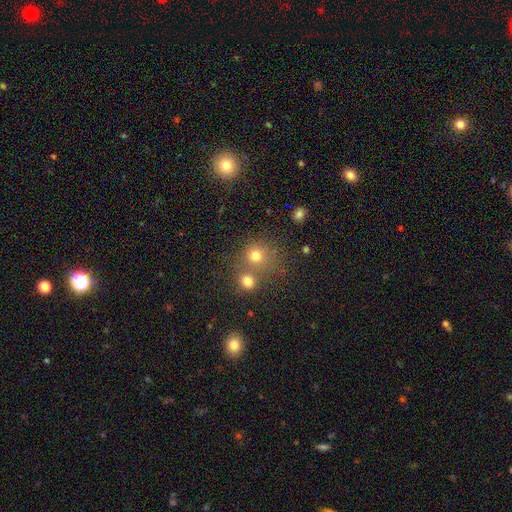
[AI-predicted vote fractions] smooth 74%, star or artifact 17%, featured or disk 9%. Down the decision tree: how rounded — round (86%); merging — none (57%).